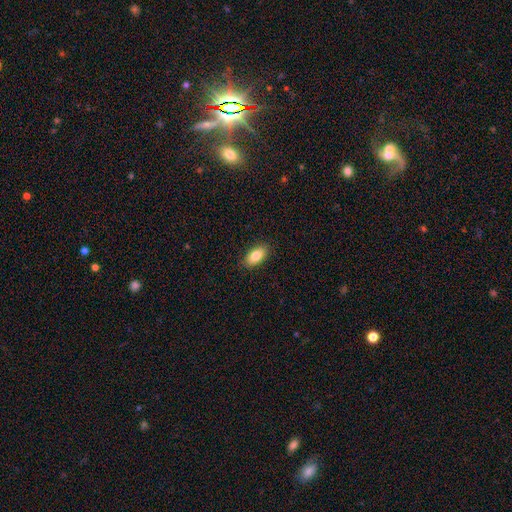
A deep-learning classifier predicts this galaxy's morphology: smooth-or-featured: smooth: 83% | featured or disk: 10% | star or artifact: 7%
  how-rounded: in between: 90% | cigar-shaped: 6% | round: 4%
  merging: none: 88% | minor disturbance: 9% | major disturbance: 2% | merger: 1%